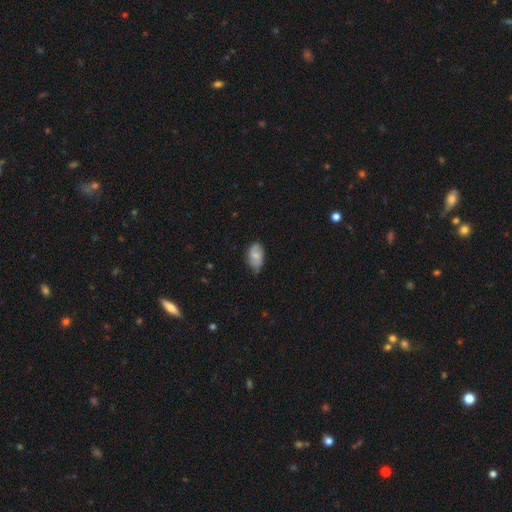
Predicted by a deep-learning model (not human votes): Smooth or featured: smooth — 62% (featured or disk — 31%)
How rounded: in between — 92% (round — 6%)
Merging: none — 63% (minor disturbance — 30%)